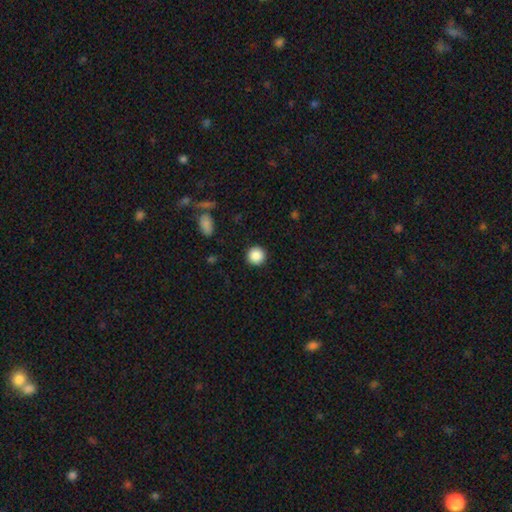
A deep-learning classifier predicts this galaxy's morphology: A smooth galaxy with no disk features (88%) that is round (95%).

Vote fractions:
- Smooth or featured? smooth: 88% / star or artifact: 9% / featured or disk: 3%
- How rounded? round: 95% / in between: 4% / cigar-shaped: 1%
- Merging? none: 92% / minor disturbance: 5% / major disturbance: 2% / merger: 1%